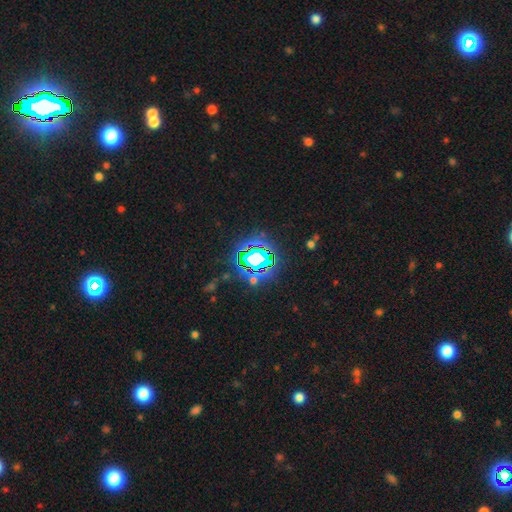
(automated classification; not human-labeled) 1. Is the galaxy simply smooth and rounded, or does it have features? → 83% star or artifact, 11% smooth, 7% featured or disk.